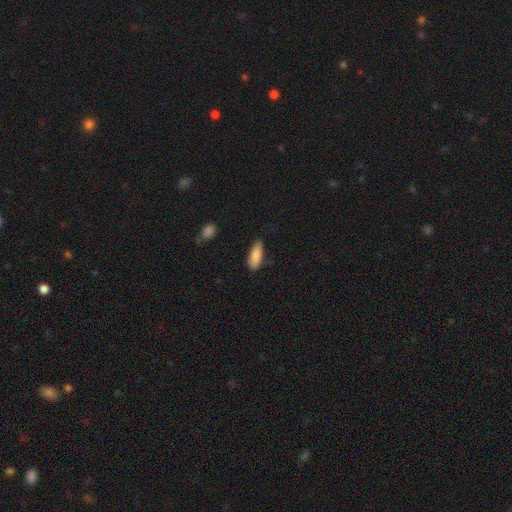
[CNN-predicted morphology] Smooth or featured? Predicted: smooth (p=0.86). How rounded? Predicted: in between (p=0.76). Merging? Predicted: none (p=0.70).